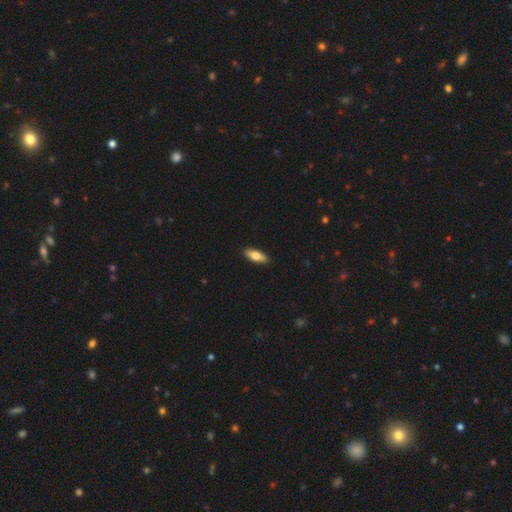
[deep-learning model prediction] Smooth or featured?
  - smooth: 74% *
  - featured or disk: 20%
  - star or artifact: 6%
How rounded?
  - in between: 69% *
  - cigar-shaped: 29%
  - round: 2%
Merging?
  - none: 91% *
  - minor disturbance: 7%
  - major disturbance: 1%
  - merger: 1%